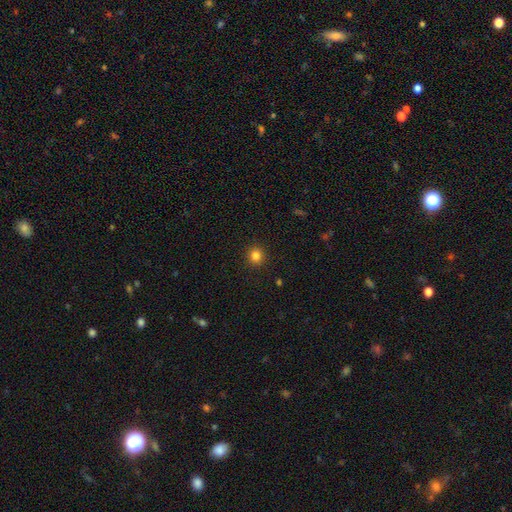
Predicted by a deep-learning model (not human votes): Smooth or featured? Predicted: smooth (p=0.83). How rounded? Predicted: round (p=0.90). Merging? Predicted: none (p=0.92).